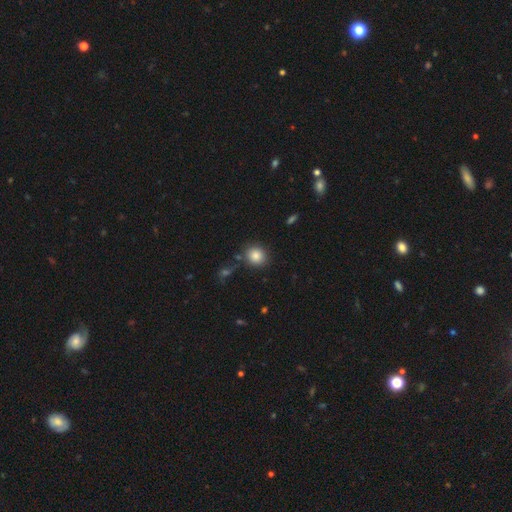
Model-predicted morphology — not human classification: A smooth galaxy with no disk features (85%) that is round (82%).

Vote fractions:
- Smooth or featured? smooth: 85% / star or artifact: 10% / featured or disk: 5%
- How rounded? round: 82% / in between: 17% / cigar-shaped: 1%
- Merging? none: 83% / minor disturbance: 9% / merger: 5% / major disturbance: 3%